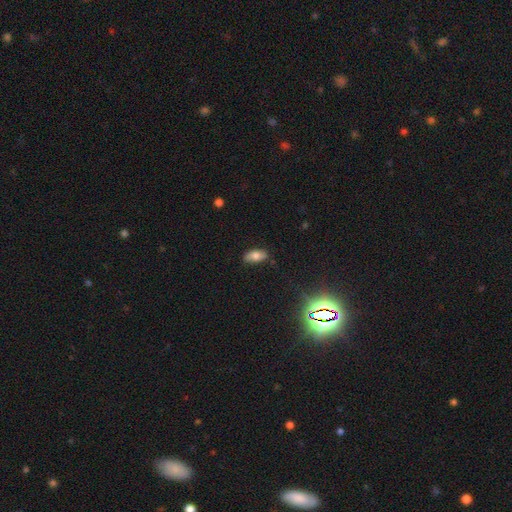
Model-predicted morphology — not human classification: Smooth or featured? Predicted: smooth (p=0.75). How rounded? Predicted: in between (p=0.89). Merging? Predicted: none (p=0.80).